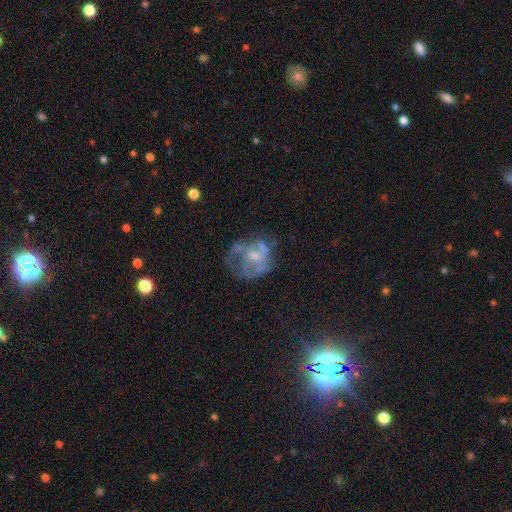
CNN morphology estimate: Smooth or featured: featured or disk — 70% (smooth — 20%)
Edge-on disk: no — 98% (yes — 2%)
Bar: no — 67% (weak — 28%)
Spiral arms: yes — 65% (no — 35%)
Bulge size: small — 46% (moderate — 39%)
Merging: none — 43% (major disturbance — 32%)